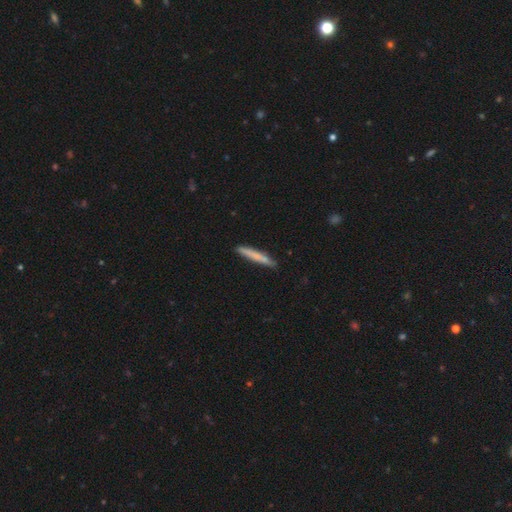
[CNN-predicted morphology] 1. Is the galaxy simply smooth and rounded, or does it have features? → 74% smooth, 20% featured or disk, 6% star or artifact.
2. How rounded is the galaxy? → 95% cigar-shaped, 3% in between, 1% round.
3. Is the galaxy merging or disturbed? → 87% none, 10% minor disturbance, 2% major disturbance, 1% merger.